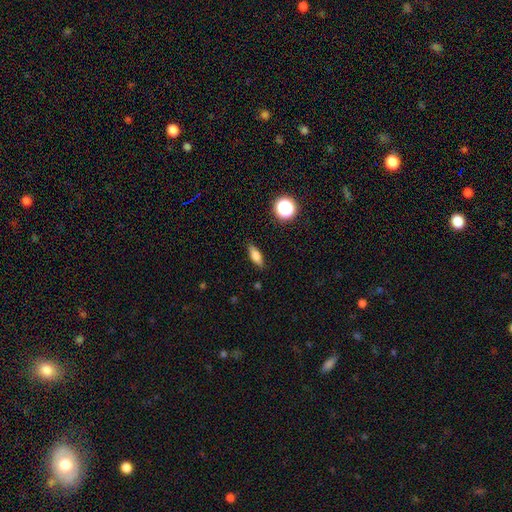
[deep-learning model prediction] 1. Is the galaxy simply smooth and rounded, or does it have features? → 73% smooth, 17% featured or disk, 10% star or artifact.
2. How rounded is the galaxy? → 61% in between, 33% cigar-shaped, 6% round.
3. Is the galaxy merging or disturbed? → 86% none, 10% minor disturbance, 3% major disturbance, 1% merger.